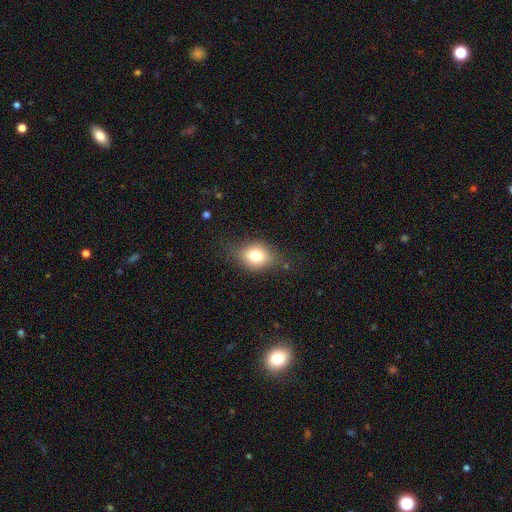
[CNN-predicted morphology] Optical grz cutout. It shows a smooth galaxy with no disk features (71%) that is in between round and cigar-shaped (62%). Merging: none (71%).